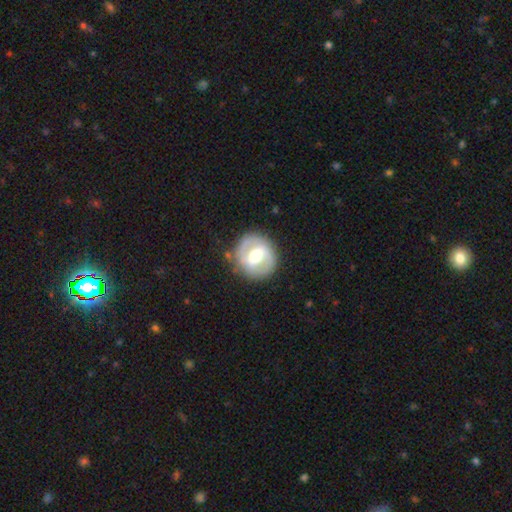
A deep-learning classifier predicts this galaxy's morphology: Overall: featured or disk (67%; smooth 28%). Edge-on disk: no (97%). Bar: weak (45%; strong 38%). Spiral arms: yes (66%; no 34%). Bulge size: moderate (70%). Merging: none (84%).